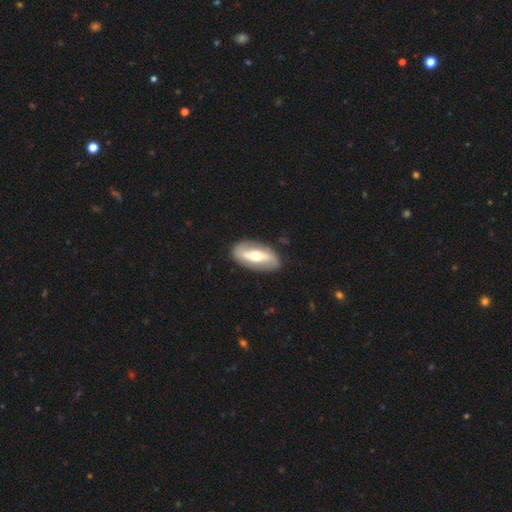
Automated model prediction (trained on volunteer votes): Overall: featured or disk (68%). Edge-on disk: no (88%). Bar: strong (50%; weak 26%). Spiral arms: yes (70%; no 30%). Bulge size: moderate (68%). Merging: none (86%).